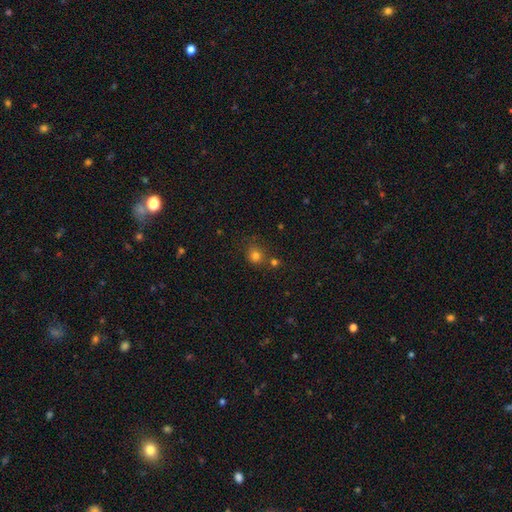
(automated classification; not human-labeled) Morphology: type=smooth (77%); roundness=round (81%); merging=none (64%).